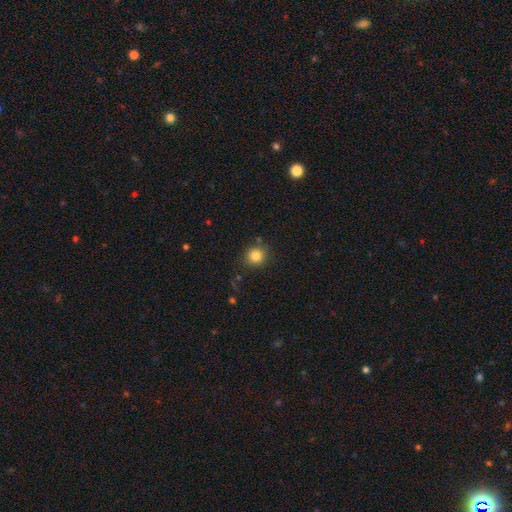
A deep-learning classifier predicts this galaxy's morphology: Overall: smooth (83%). How rounded: round (90%). Merging: none (84%).